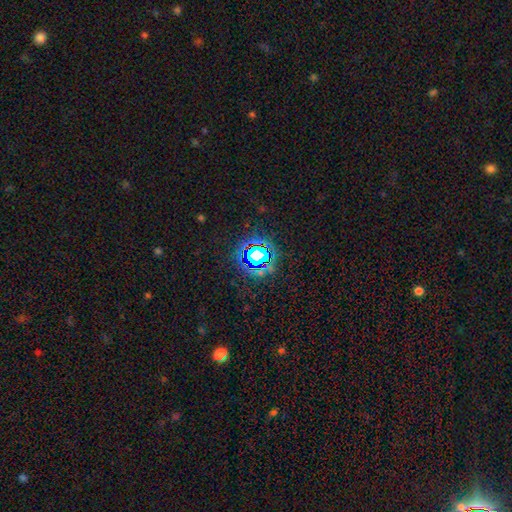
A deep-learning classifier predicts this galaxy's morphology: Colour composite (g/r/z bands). It shows a star or artifact, not a galaxy (74%).